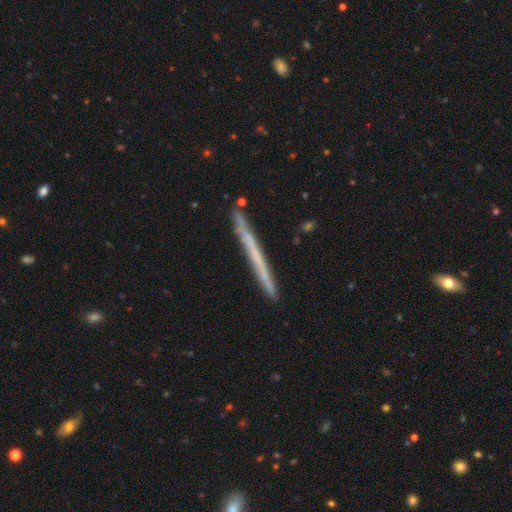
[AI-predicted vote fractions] A featured or disk galaxy (51%) viewed edge-on (96%). Merging: none (89%).